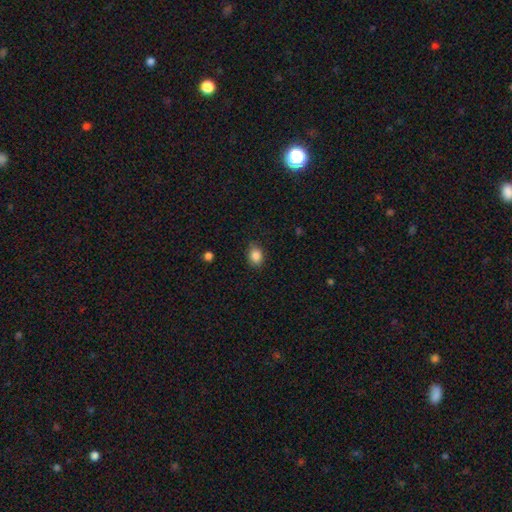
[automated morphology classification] A smooth galaxy with no disk features (86%) that is in between round and cigar-shaped (55%). Merging: none (81%).